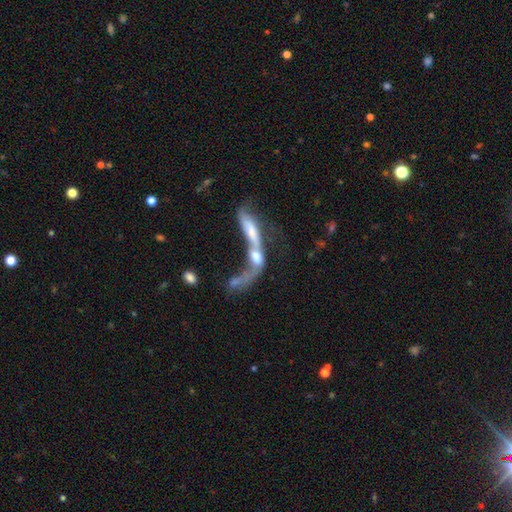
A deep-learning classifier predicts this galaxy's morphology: Smooth or featured?
  - featured or disk: 52% *
  - smooth: 34%
  - star or artifact: 14%
Edge-on disk?
  - no: 55% *
  - yes: 45%
Merging?
  - merger: 64% *
  - none: 16%
  - major disturbance: 13%
  - minor disturbance: 7%